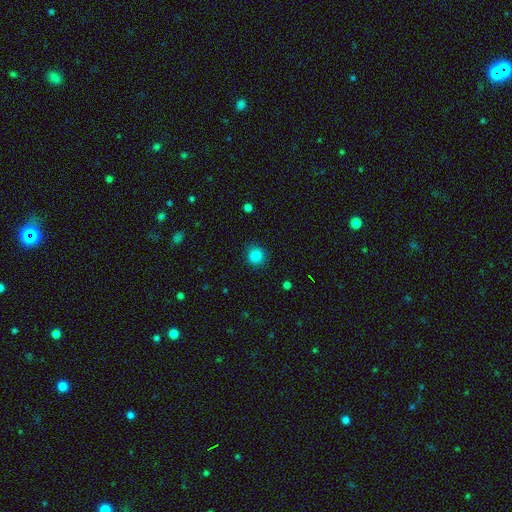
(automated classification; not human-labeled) Smooth or featured? smooth (86%)
How rounded? round (89%)
Merging? none (86%)